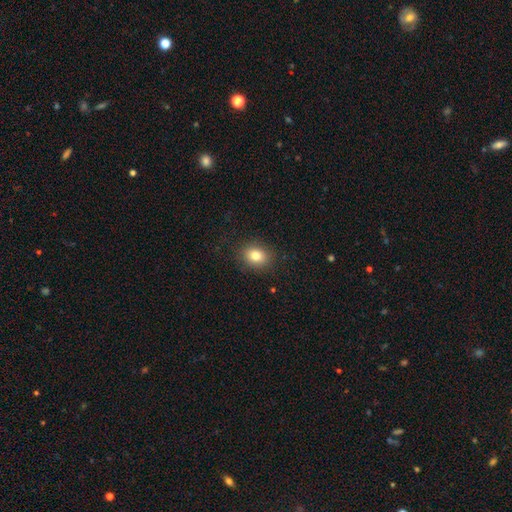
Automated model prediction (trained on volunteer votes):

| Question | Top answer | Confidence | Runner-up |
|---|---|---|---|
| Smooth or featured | smooth | 81% | star or artifact (10%) |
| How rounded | in between | 52% | round (47%) |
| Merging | none | 87% | minor disturbance (9%) |